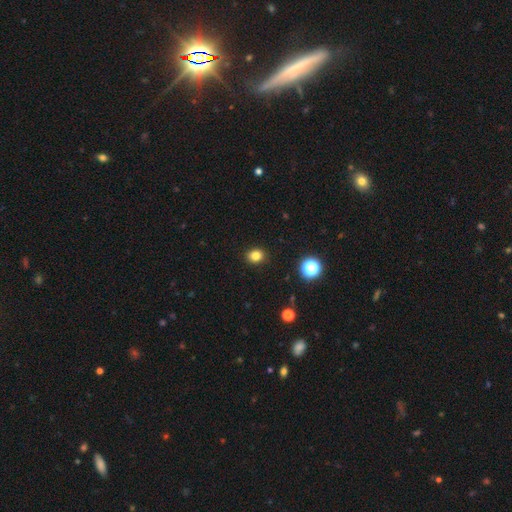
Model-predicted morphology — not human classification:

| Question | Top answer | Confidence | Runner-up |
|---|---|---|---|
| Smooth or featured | smooth | 82% | star or artifact (13%) |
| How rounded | round | 62% | in between (37%) |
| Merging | none | 91% | minor disturbance (6%) |